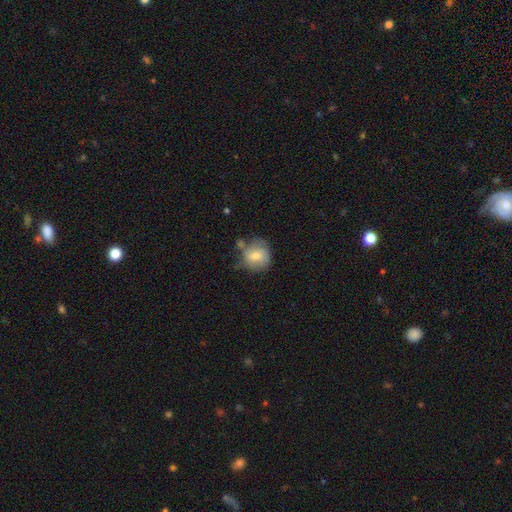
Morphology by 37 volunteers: Overall: smooth (78%). How rounded: round (86%). Merging: none (42%; minor disturbance 22%).